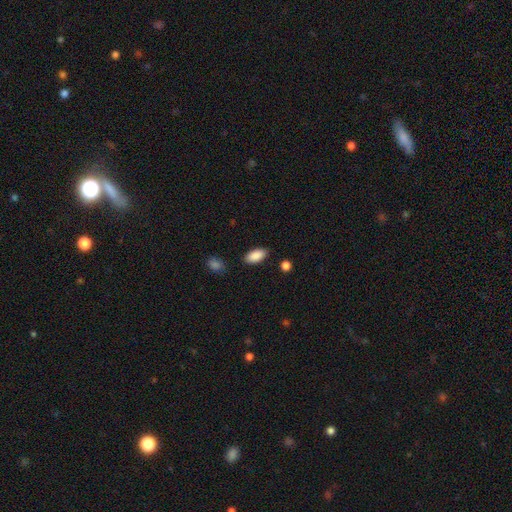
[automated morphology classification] smooth 89%, star or artifact 7%, featured or disk 5%. Down the decision tree: how rounded — in between (92%); merging — none (84%).